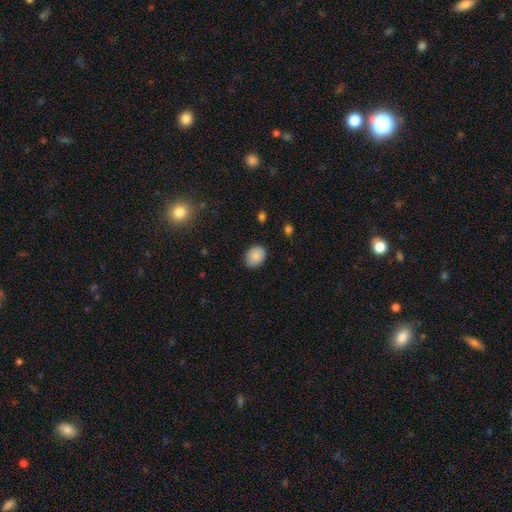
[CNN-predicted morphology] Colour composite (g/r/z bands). It shows a smooth galaxy with no disk features (86%) that is in between round and cigar-shaped (57%). Merging: none (83%).